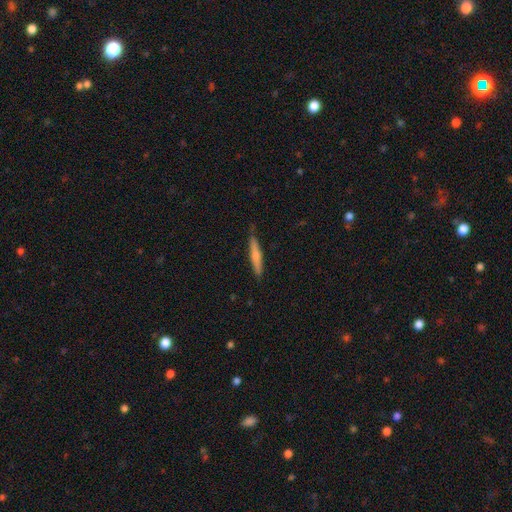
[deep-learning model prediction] smooth_or_featured: smooth (p=0.59) [alt: featured or disk p=0.35]
how_rounded: cigar-shaped (p=0.92) [alt: in between p=0.06]
merging: none (p=0.85) [alt: minor disturbance p=0.12]